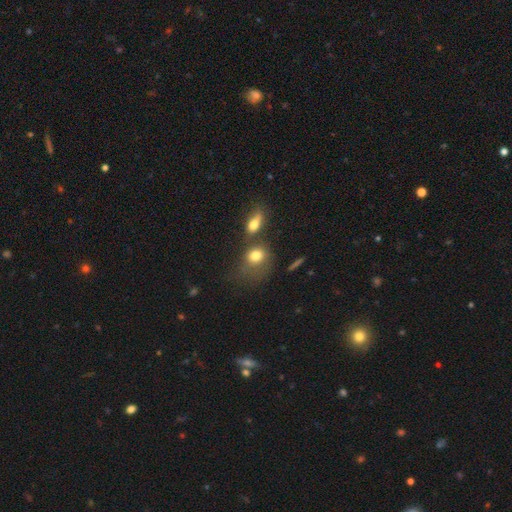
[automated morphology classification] smooth_or_featured: smooth (p=0.77) [alt: featured or disk p=0.13]
how_rounded: in between (p=0.51) [alt: round p=0.46]
merging: none (p=0.36) [alt: merger p=0.33]